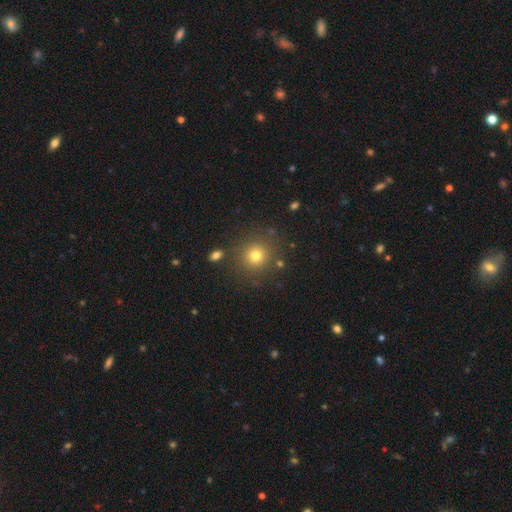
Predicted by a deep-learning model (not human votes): Smooth or featured: smooth — 76% (star or artifact — 16%)
How rounded: round — 92% (in between — 7%)
Merging: none — 85% (minor disturbance — 8%)